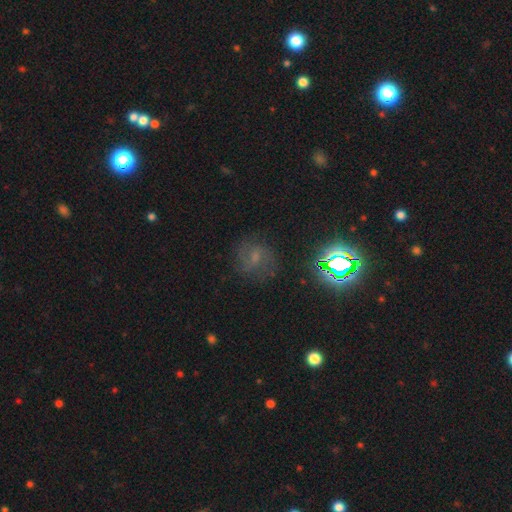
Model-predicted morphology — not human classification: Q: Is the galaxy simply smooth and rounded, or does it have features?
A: featured or disk — 36%.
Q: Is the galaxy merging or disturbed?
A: none — 74%.